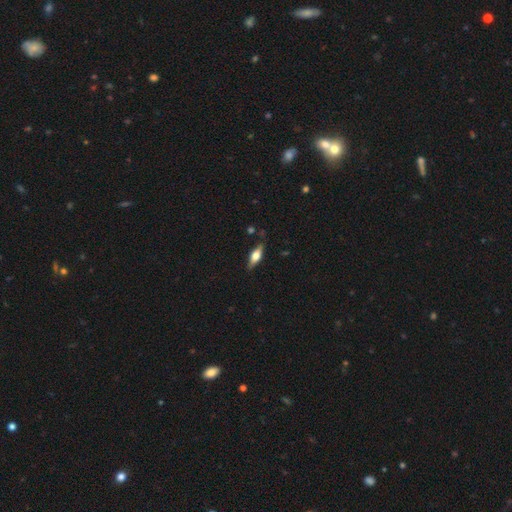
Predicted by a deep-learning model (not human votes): Q: Smooth or featured?
A: featured or disk (50%); runner-up: smooth (44%)
Q: Merging?
A: none (82%); runner-up: minor disturbance (13%)